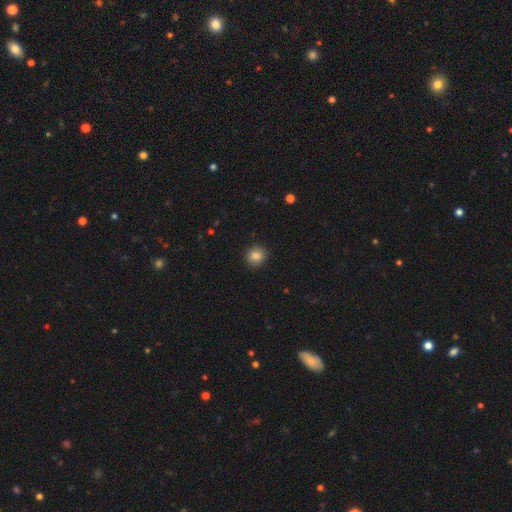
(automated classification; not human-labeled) Smooth or featured? Predicted: smooth (p=0.85). How rounded? Predicted: round (p=0.82). Merging? Predicted: none (p=0.91).